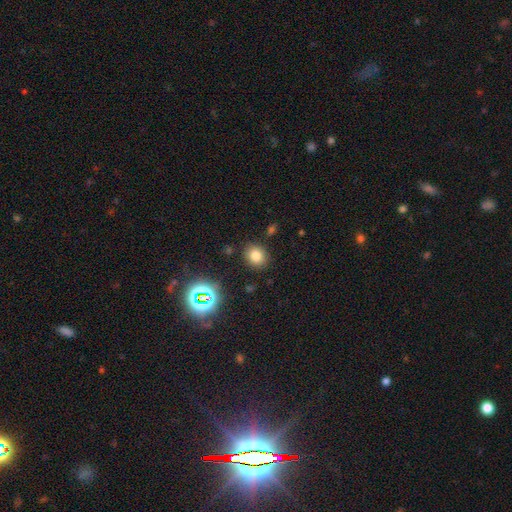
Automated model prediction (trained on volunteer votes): Overall: smooth (76%). How rounded: round (69%; in between 30%). Merging: none (86%).